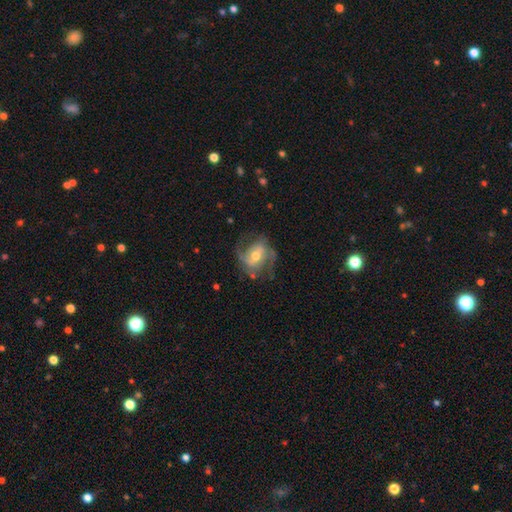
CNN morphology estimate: Smooth or featured? Predicted: featured or disk (p=0.72). Edge-on disk? Predicted: no (p=0.97). Bar? Predicted: no (p=0.45). Spiral arms? Predicted: yes (p=0.84). Spiral winding? Predicted: medium (p=0.47). Spiral arm count? Predicted: 2 (p=0.72). Bulge size? Predicted: moderate (p=0.70). Merging? Predicted: none (p=0.59).